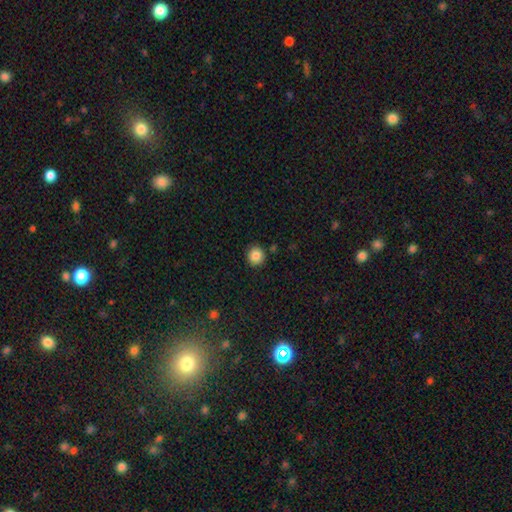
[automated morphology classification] This is clearly a smooth galaxy (86%). How rounded: clearly round (90%). Merging: clearly none (89%).